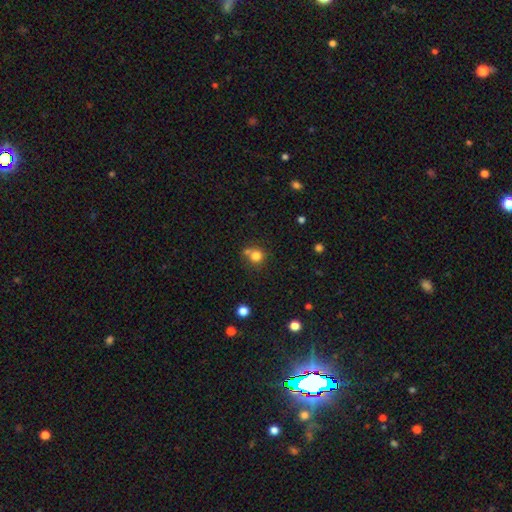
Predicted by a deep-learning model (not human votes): Smooth or featured: smooth — 79% (star or artifact — 13%)
How rounded: round — 87% (in between — 12%)
Merging: none — 57% (merger — 27%)